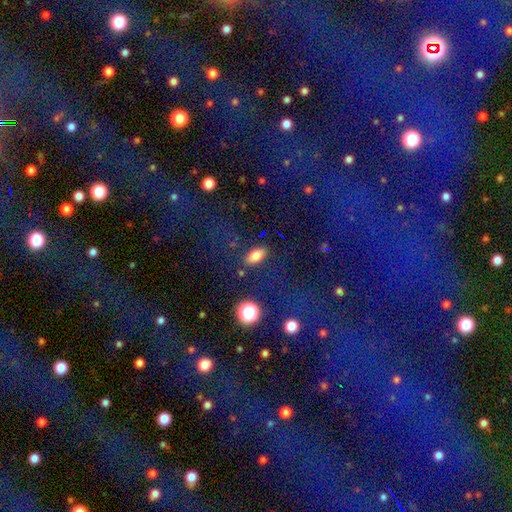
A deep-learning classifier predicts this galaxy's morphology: A smooth galaxy with no disk features (77%) that is in between round and cigar-shaped (83%).

Vote fractions:
- Smooth or featured? smooth: 77% / star or artifact: 12% / featured or disk: 11%
- How rounded? in between: 83% / cigar-shaped: 11% / round: 6%
- Merging? none: 83% / minor disturbance: 11% / major disturbance: 4% / merger: 3%